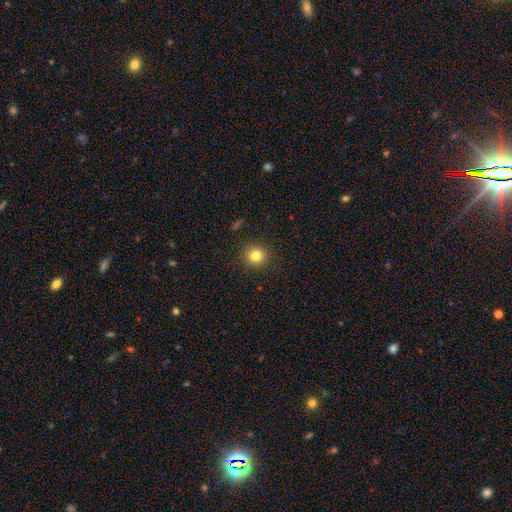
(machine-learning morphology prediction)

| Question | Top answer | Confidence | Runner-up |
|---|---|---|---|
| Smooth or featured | smooth | 82% | star or artifact (12%) |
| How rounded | round | 92% | in between (7%) |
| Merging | none | 91% | minor disturbance (6%) |